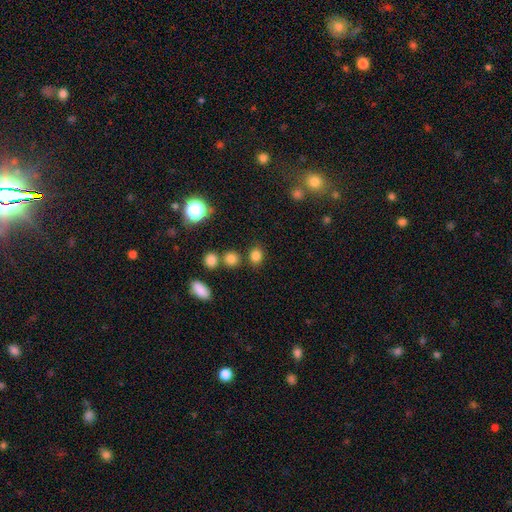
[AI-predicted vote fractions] Overall: smooth (80%). How rounded: round (64%; in between 34%). Merging: none (78%).